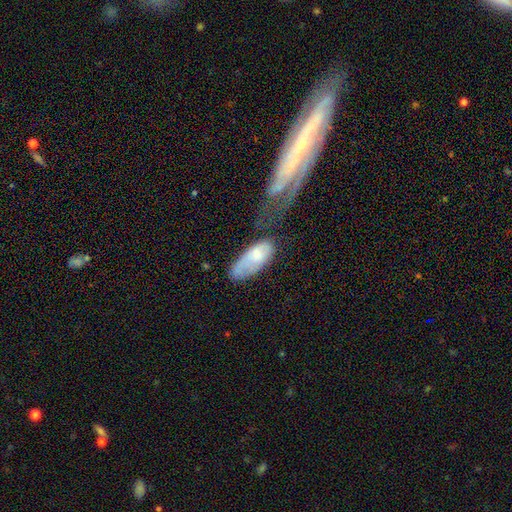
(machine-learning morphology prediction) The model was most divided on "merging": none: 27%, major disturbance: 26%, minor disturbance: 26%, merger: 21%. More confident: how rounded — in between (83%); smooth or featured — smooth (62%).